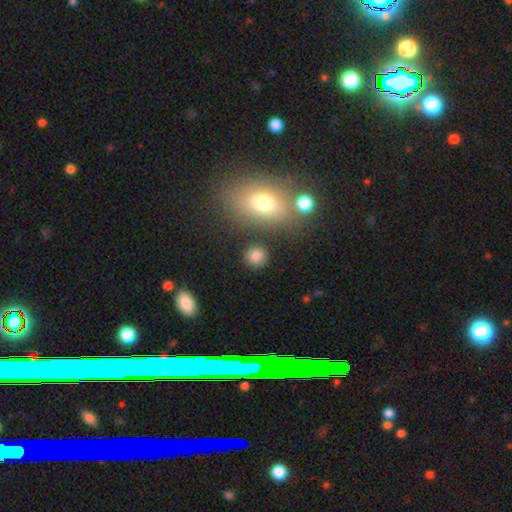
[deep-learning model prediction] Morphology: type=smooth (81%); roundness=round (86%); merging=none (84%).